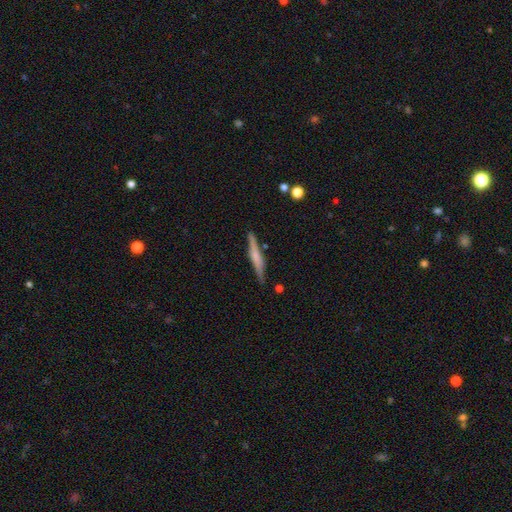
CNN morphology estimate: smooth-or-featured: featured or disk: 53% | smooth: 41% | star or artifact: 6%
  disk-edge-on: yes: 97% | no: 3%
    edge-on-bulge: rounded: 49% | none: 28% | boxy: 23%
  merging: none: 85% | minor disturbance: 11% | merger: 2% | major disturbance: 2%